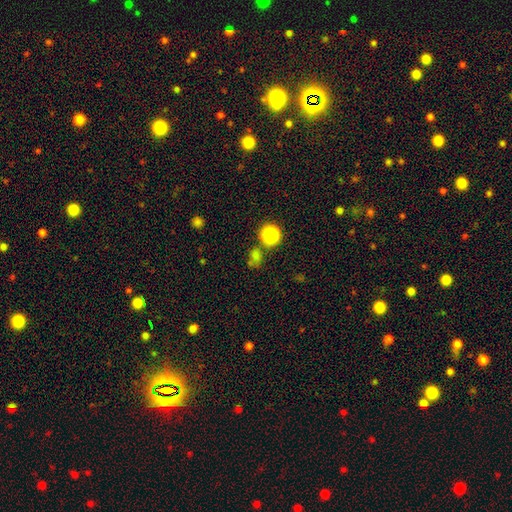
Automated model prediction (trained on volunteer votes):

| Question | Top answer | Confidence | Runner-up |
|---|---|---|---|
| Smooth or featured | smooth | 55% | star or artifact (37%) |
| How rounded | round | 78% | in between (20%) |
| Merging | none | 67% | merger (15%) |